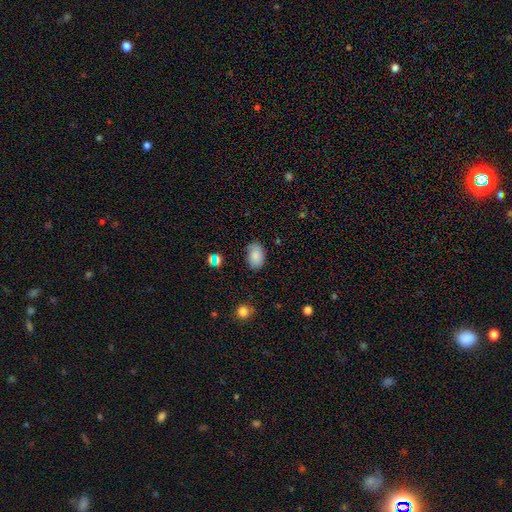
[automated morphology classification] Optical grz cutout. It shows a smooth galaxy with no disk features (82%) that is in between round and cigar-shaped (85%). Merging: none (76%).